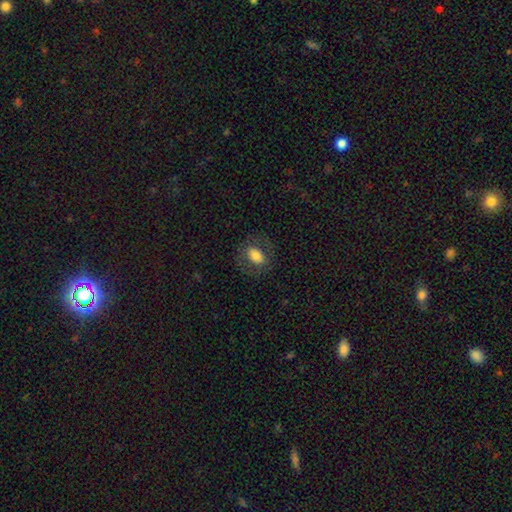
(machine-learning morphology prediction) Smooth or featured? smooth (72%)
How rounded? in between (77%)
Merging? none (76%)